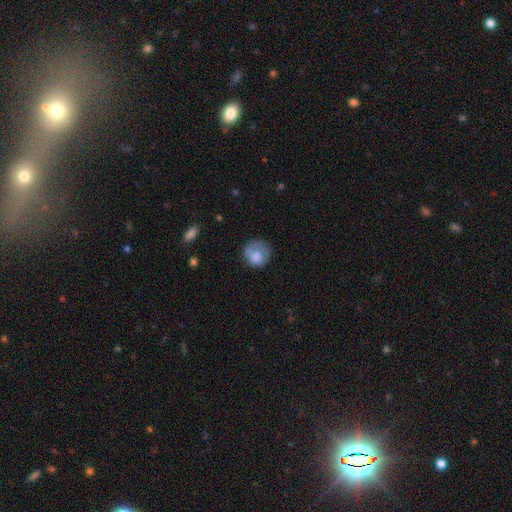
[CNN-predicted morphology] This appears to be a smooth galaxy with no disk features (73%) that is round (80%). Merging: none (54%).